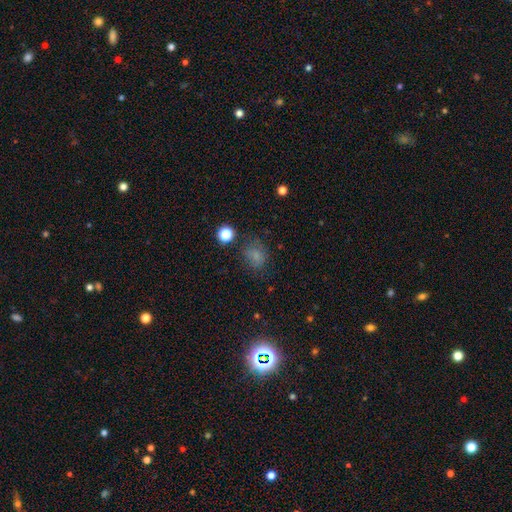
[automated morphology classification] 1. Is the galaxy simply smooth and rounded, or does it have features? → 70% smooth, 21% star or artifact, 10% featured or disk.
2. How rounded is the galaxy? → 57% round, 42% in between, 1% cigar-shaped.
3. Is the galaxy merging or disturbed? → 66% none, 20% minor disturbance, 10% major disturbance, 4% merger.